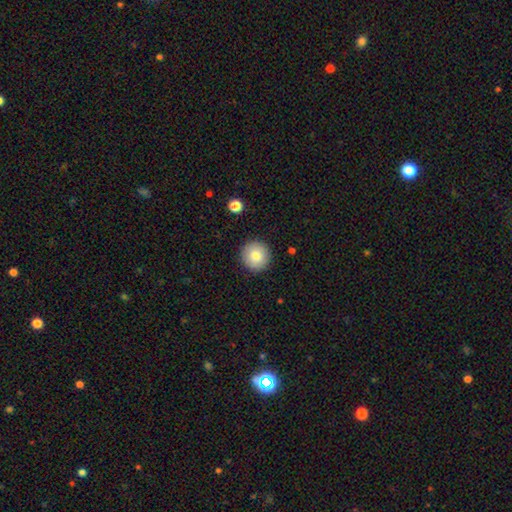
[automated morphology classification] Q: Smooth or featured?
A: smooth (81%); runner-up: featured or disk (10%)
Q: How rounded?
A: round (95%); runner-up: in between (4%)
Q: Merging?
A: none (91%); runner-up: minor disturbance (6%)